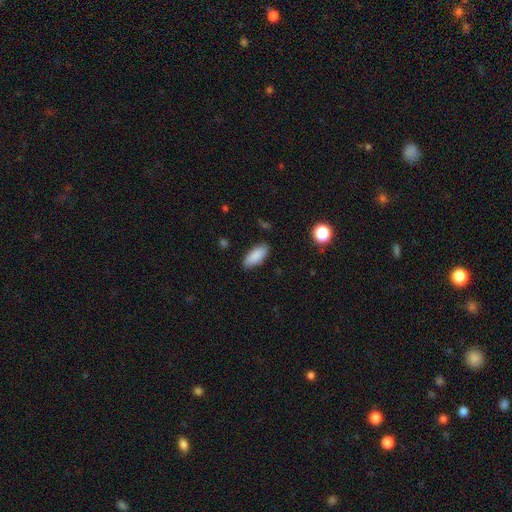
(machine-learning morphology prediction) smooth_or_featured: smooth (p=0.88) [alt: star or artifact p=0.07]
how_rounded: in between (p=0.84) [alt: cigar-shaped p=0.14]
merging: none (p=0.86) [alt: minor disturbance p=0.10]